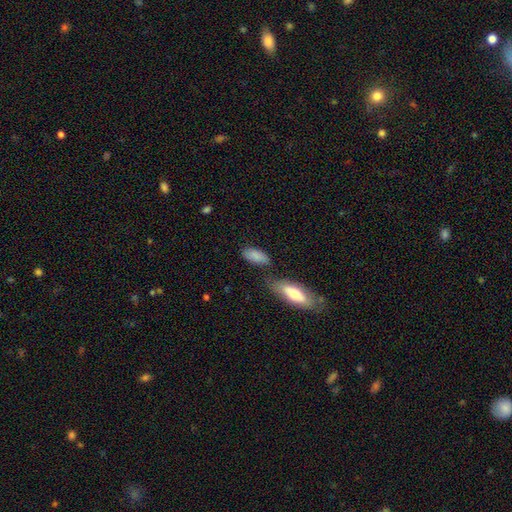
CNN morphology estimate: A smooth galaxy with no disk features (82%) that is in between round and cigar-shaped (85%).

Vote fractions:
- Smooth or featured? smooth: 82% / featured or disk: 10% / star or artifact: 7%
- How rounded? in between: 85% / cigar-shaped: 12% / round: 3%
- Merging? none: 58% / minor disturbance: 21% / merger: 14% / major disturbance: 7%